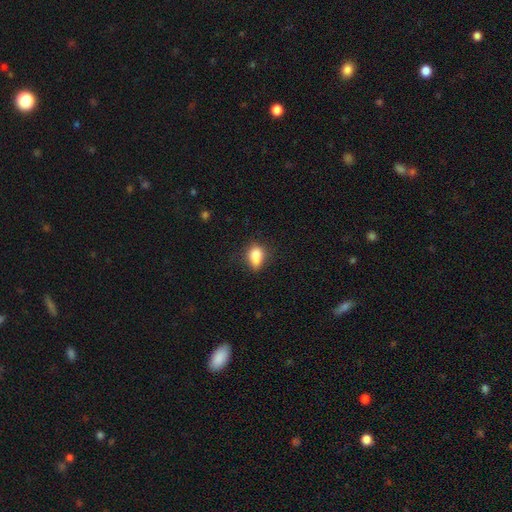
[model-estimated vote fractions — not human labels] smooth_or_featured: smooth (p=0.82) [alt: star or artifact p=0.10]
how_rounded: in between (p=0.77) [alt: round p=0.20]
merging: none (p=0.55) [alt: minor disturbance p=0.30]